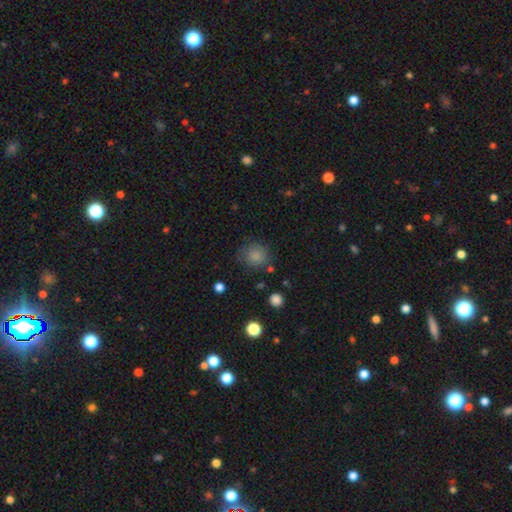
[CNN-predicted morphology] Overall: smooth (83%). How rounded: round (85%). Merging: none (70%).